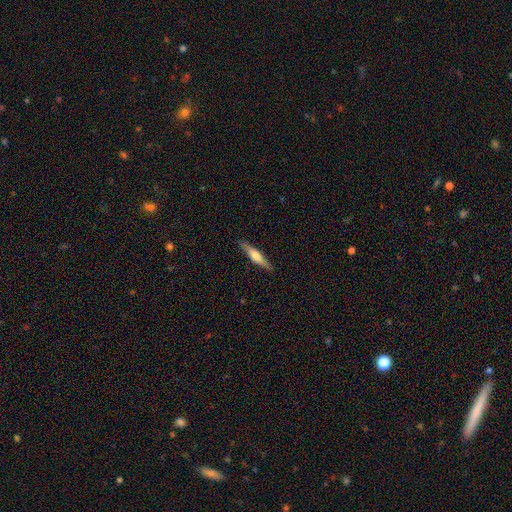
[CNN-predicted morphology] Smooth or featured? featured or disk (49%)
Merging? none (88%)